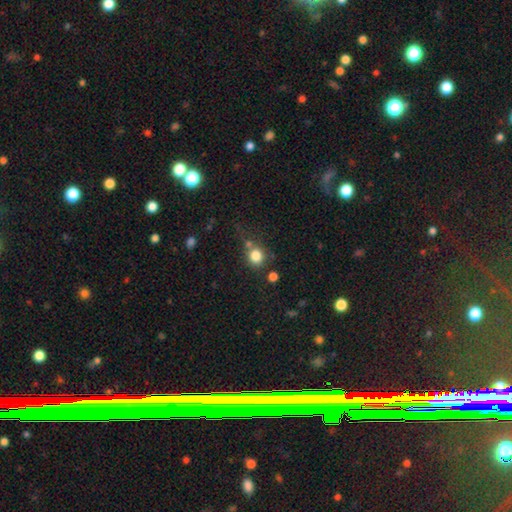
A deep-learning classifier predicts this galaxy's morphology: Q: Smooth or featured?
A: smooth (81%); runner-up: star or artifact (12%)
Q: How rounded?
A: round (83%); runner-up: in between (16%)
Q: Merging?
A: none (62%); runner-up: merger (18%)